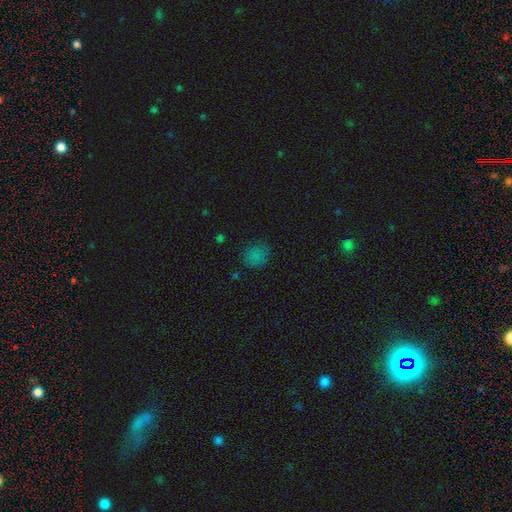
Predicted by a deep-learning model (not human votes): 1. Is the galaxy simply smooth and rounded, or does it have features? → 78% smooth, 17% star or artifact, 5% featured or disk.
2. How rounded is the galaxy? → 69% round, 30% in between, 1% cigar-shaped.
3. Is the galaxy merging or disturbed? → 78% none, 16% minor disturbance, 4% major disturbance, 2% merger.